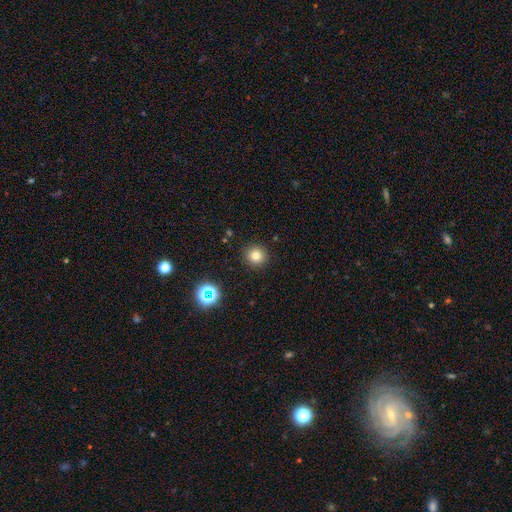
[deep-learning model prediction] Smooth or featured: smooth — 79% (star or artifact — 15%)
How rounded: round — 93% (in between — 6%)
Merging: none — 91% (minor disturbance — 6%)